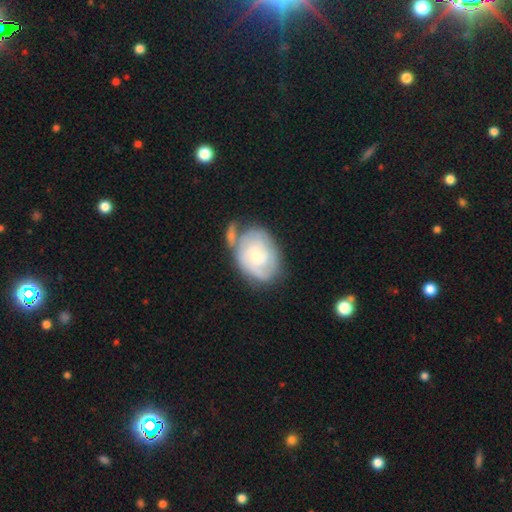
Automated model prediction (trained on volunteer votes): smooth-or-featured: featured or disk: 69% | smooth: 25% | star or artifact: 6%
  disk-edge-on: no: 97% | yes: 3%
    bar: no: 67% | weak: 28% | strong: 4%
    has-spiral-arms: yes: 88% | no: 12%
      spiral-winding: tight: 63% | medium: 29% | loose: 9%
      spiral-arm-count: can't tell: 38% | 2: 34% | 3: 14% | 1: 6% | 4: 4% | more than 4: 3%
    bulge-size: small: 56% | moderate: 34% | large: 4% | none: 4% | dominant: 1%
  merging: none: 51% | minor disturbance: 23% | merger: 15% | major disturbance: 11%